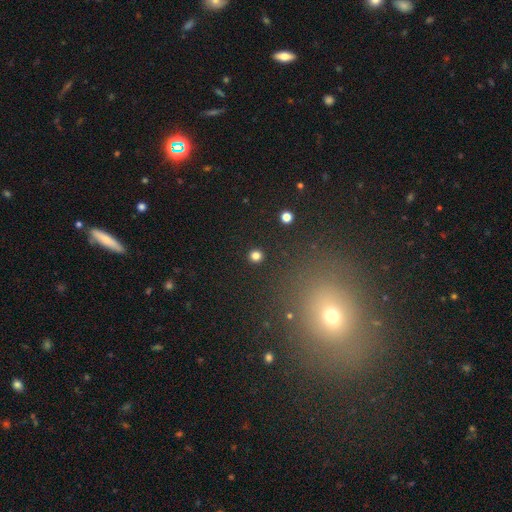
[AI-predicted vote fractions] smooth_or_featured: smooth (p=0.81) [alt: star or artifact p=0.15]
how_rounded: round (p=0.93) [alt: in between p=0.06]
merging: none (p=0.93) [alt: minor disturbance p=0.04]